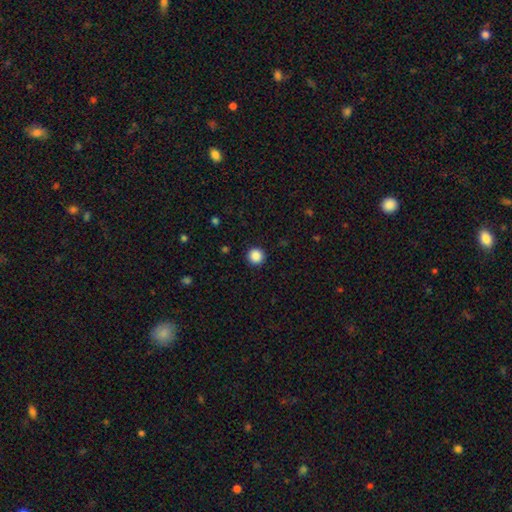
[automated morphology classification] smooth-or-featured: smooth: 88% | star or artifact: 10% | featured or disk: 2%
  how-rounded: round: 95% | in between: 4% | cigar-shaped: 1%
  merging: none: 93% | minor disturbance: 5% | major disturbance: 2% | merger: 1%